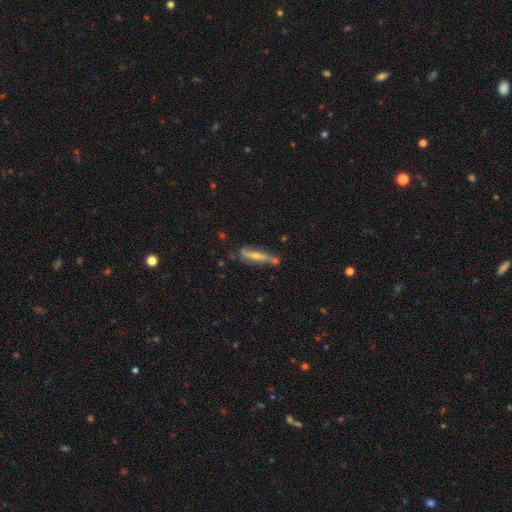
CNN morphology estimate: A featured or disk galaxy (53%) viewed edge-on (79%).

Vote fractions:
- Smooth or featured? featured or disk: 53% / smooth: 40% / star or artifact: 7%
- Edge-on disk? yes: 79% / no: 21%
- Merging? none: 53% / minor disturbance: 25% / merger: 13% / major disturbance: 8%